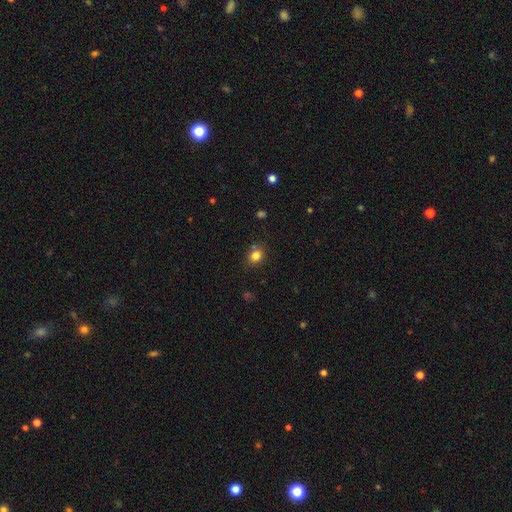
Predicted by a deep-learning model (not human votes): Smooth or featured: smooth — 81% (star or artifact — 13%)
How rounded: round — 69% (in between — 30%)
Merging: none — 77% (minor disturbance — 14%)